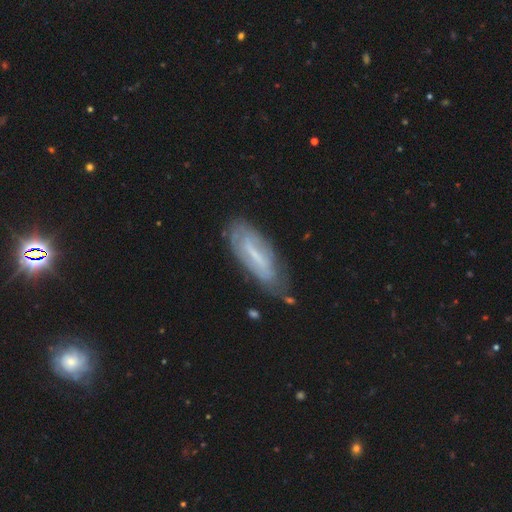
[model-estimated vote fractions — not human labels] A featured or disk galaxy (60%).

Vote fractions:
- Smooth or featured? featured or disk: 60% / smooth: 33% / star or artifact: 8%
- Edge-on disk? no: 77% / yes: 23%
- Merging? none: 66% / minor disturbance: 24% / major disturbance: 7% / merger: 3%